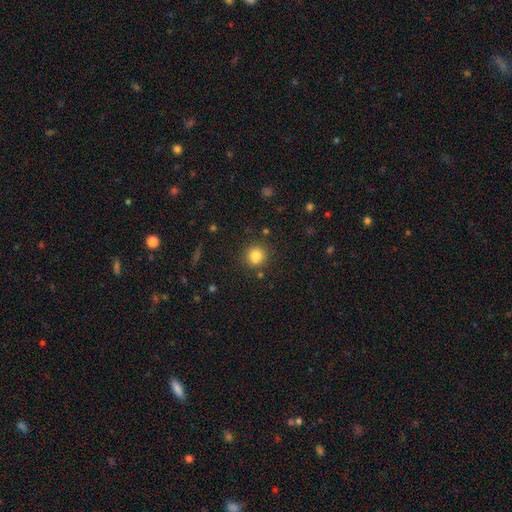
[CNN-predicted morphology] Q: Smooth or featured?
A: smooth (83%); runner-up: star or artifact (11%)
Q: How rounded?
A: round (87%); runner-up: in between (12%)
Q: Merging?
A: none (84%); runner-up: minor disturbance (9%)